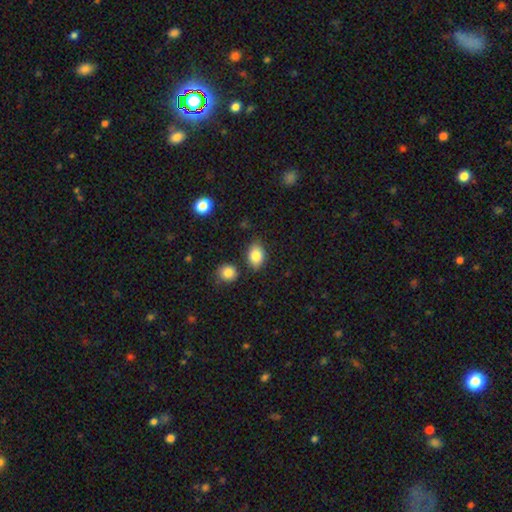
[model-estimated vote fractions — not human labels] smooth_or_featured: smooth (p=0.84) [alt: star or artifact p=0.08]
how_rounded: in between (p=0.79) [alt: round p=0.20]
merging: none (p=0.77) [alt: minor disturbance p=0.14]